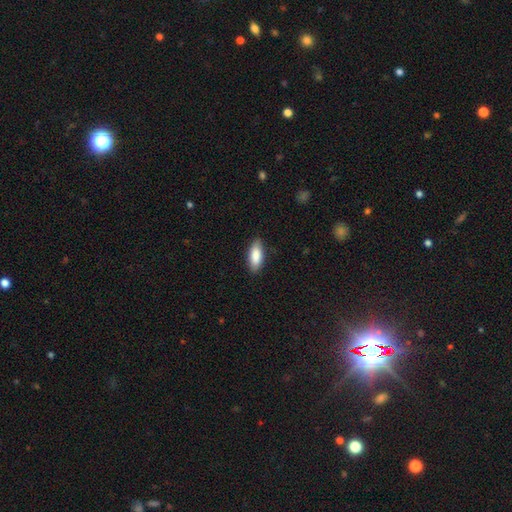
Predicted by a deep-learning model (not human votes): This appears to be a smooth galaxy with no disk features (87%) that is in between round and cigar-shaped (80%). Merging: none (86%).